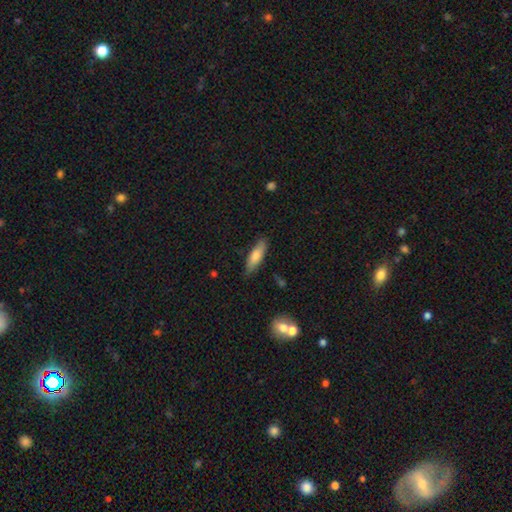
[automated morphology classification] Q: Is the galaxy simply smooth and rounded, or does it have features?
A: smooth — 74%.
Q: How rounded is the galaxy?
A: cigar-shaped — 52%.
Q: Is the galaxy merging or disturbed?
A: none — 82%.